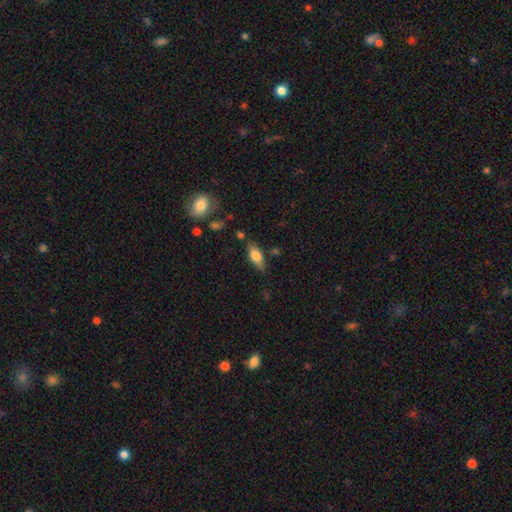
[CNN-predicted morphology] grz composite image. It shows a smooth galaxy with no disk features (74%) that is in between round and cigar-shaped (77%). Merging: none (76%).